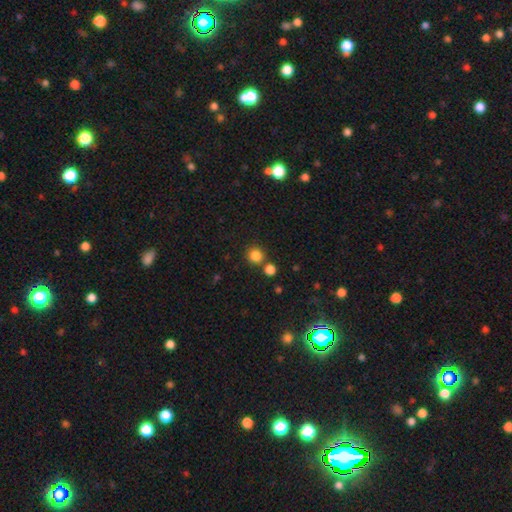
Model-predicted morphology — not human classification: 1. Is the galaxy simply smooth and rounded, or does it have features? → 84% smooth, 12% star or artifact, 4% featured or disk.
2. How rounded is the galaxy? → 92% round, 7% in between, 1% cigar-shaped.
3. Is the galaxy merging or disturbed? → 78% none, 13% merger, 7% minor disturbance, 3% major disturbance.